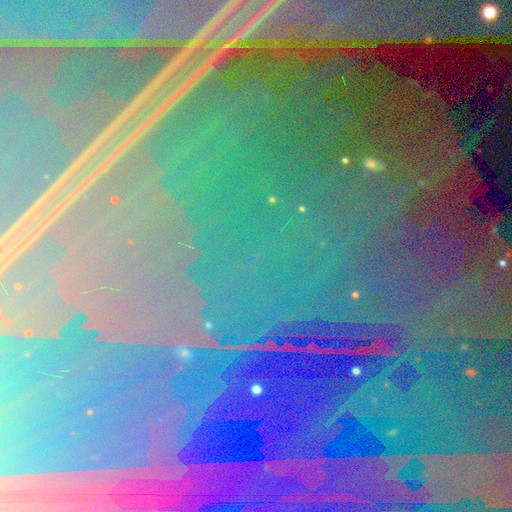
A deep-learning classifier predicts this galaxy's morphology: Smooth or featured? Predicted: star or artifact (p=0.87).